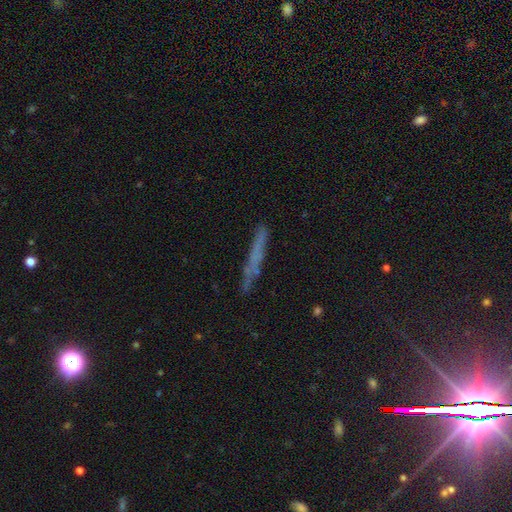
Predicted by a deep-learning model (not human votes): A smooth galaxy with no disk features (49%). Merging: none (77%).